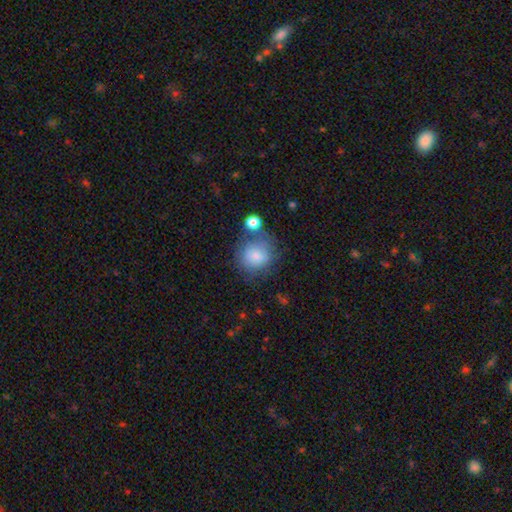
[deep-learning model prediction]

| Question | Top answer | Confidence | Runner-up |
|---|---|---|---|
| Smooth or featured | smooth | 79% | featured or disk (13%) |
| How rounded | round | 80% | in between (19%) |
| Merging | none | 53% | minor disturbance (19%) |